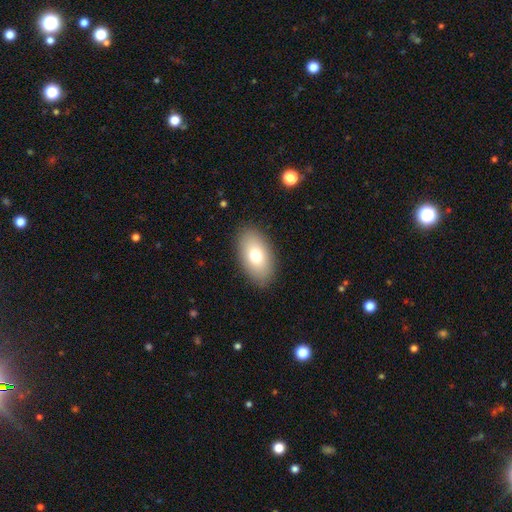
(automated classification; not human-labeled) This is likely a smooth galaxy (73%). How rounded: clearly in between (92%). Merging: clearly none (87%).